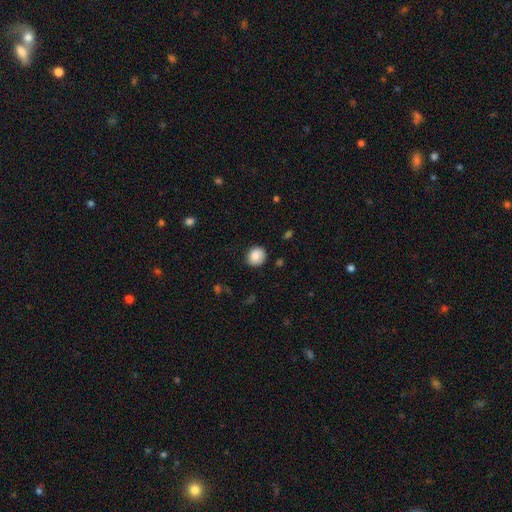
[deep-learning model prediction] Smooth or featured: smooth — 84% (star or artifact — 8%)
How rounded: round — 85% (in between — 15%)
Merging: none — 85% (minor disturbance — 11%)